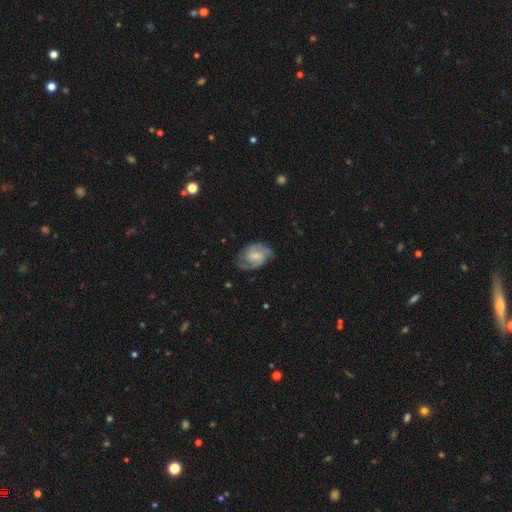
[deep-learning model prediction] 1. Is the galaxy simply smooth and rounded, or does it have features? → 77% featured or disk, 18% smooth, 6% star or artifact.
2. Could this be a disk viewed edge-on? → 97% no, 3% yes.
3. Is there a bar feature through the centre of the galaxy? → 51% weak, 37% no, 12% strong.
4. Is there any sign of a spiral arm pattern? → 94% yes, 6% no.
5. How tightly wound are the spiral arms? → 50% medium, 34% tight, 16% loose.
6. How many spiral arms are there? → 80% 2, 9% can't tell, 6% 3, 3% 1, 2% 4, 1% more than 4.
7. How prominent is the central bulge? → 47% small, 33% moderate, 15% none, 4% large, 1% dominant.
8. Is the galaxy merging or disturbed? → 71% none, 20% minor disturbance, 8% major disturbance, 1% merger.